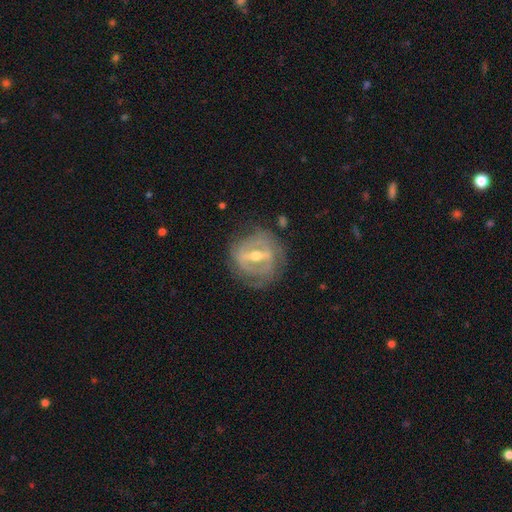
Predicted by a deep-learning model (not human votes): This is clearly a featured or disk galaxy (82%). It is clearly not viewed edge-on (90%). Bar: likely strong (64%). Spiral arm pattern: likely yes (62%). Central bulge: likely moderate (67%). Merging: likely none (72%).